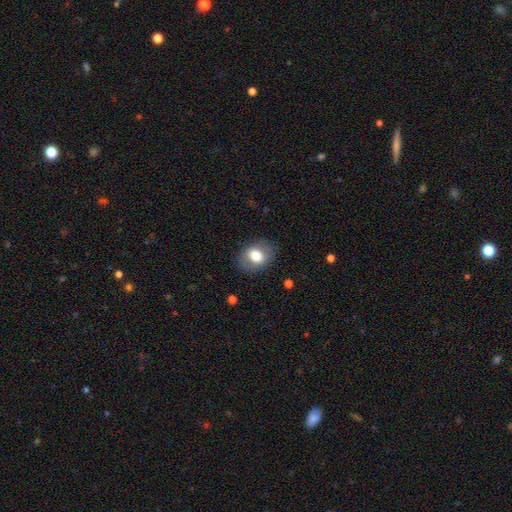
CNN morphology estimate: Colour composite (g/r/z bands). It shows a smooth galaxy with no disk features (73%) that is in between round and cigar-shaped (58%). Merging: none (83%).